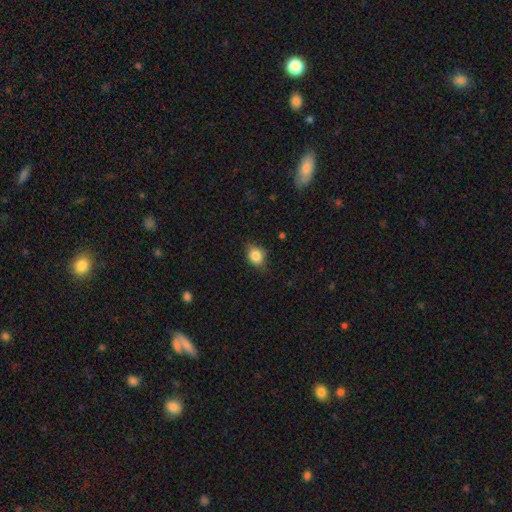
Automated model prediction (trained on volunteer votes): Morphology: type=smooth (83%); roundness=in between (53%); merging=none (72%).